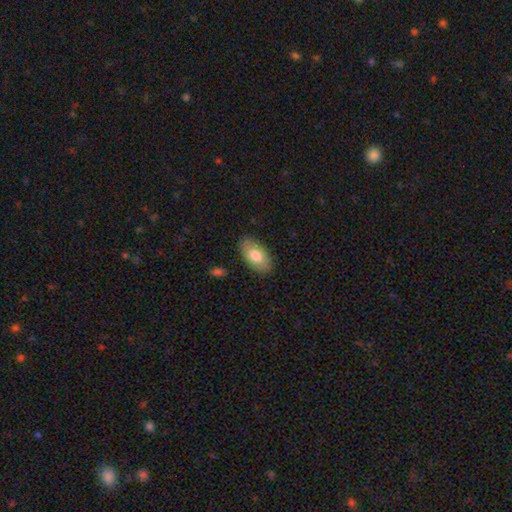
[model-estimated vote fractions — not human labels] A smooth galaxy with no disk features (76%) that is in between round and cigar-shaped (95%).

Vote fractions:
- Smooth or featured? smooth: 76% / featured or disk: 19% / star or artifact: 6%
- How rounded? in between: 95% / round: 3% / cigar-shaped: 2%
- Merging? none: 86% / minor disturbance: 11% / major disturbance: 2% / merger: 1%